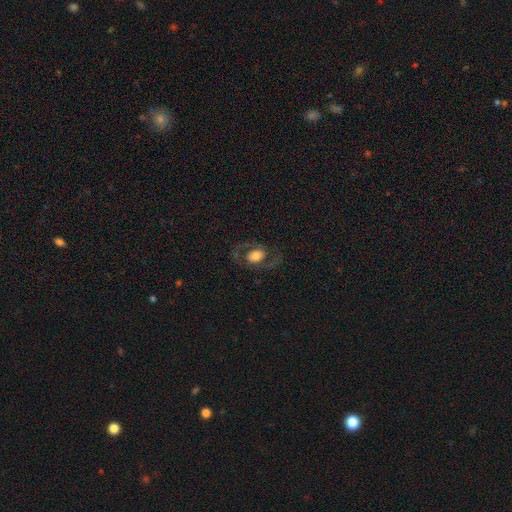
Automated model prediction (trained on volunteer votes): featured or disk 61%, smooth 32%, star or artifact 7%. Down the decision tree: edge-on disk — no (95%); bar — no (67%); spiral arms — yes (63%); bulge size — moderate (47%); merging — none (73%).